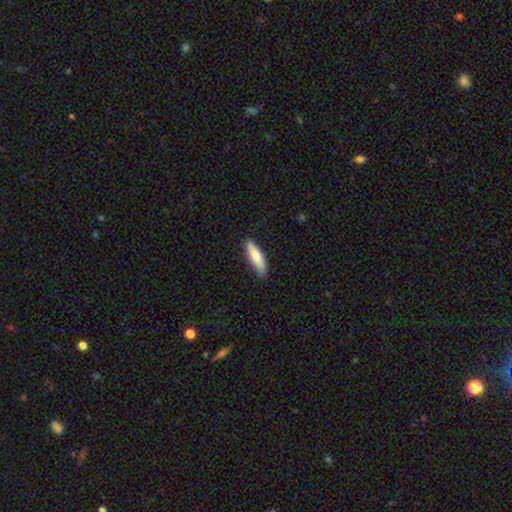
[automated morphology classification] Smooth or featured? smooth (79%)
How rounded? cigar-shaped (61%)
Merging? none (83%)